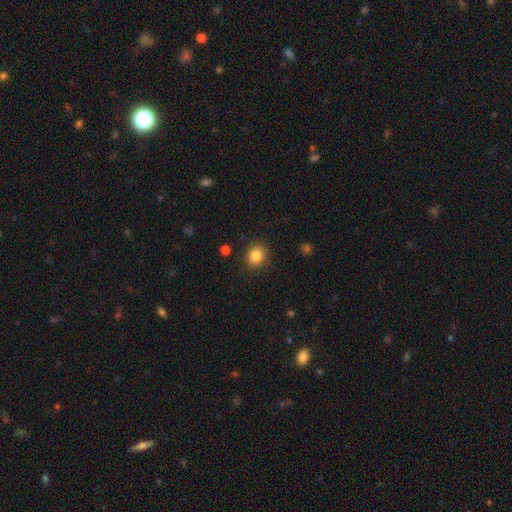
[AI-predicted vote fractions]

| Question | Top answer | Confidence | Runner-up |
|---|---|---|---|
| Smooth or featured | smooth | 84% | star or artifact (10%) |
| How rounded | round | 65% | in between (35%) |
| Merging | none | 87% | minor disturbance (9%) |